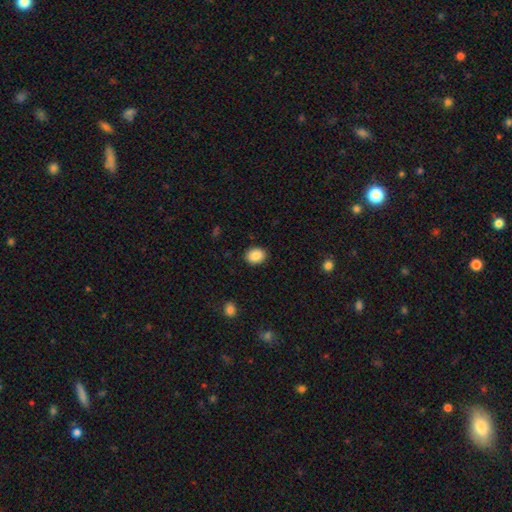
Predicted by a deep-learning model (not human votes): This appears to be a smooth galaxy with no disk features (88%) that is round (50%). Merging: none (89%).